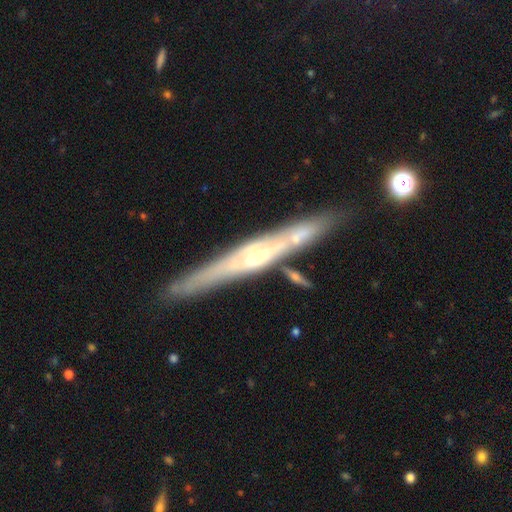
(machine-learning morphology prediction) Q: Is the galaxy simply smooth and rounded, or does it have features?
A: featured or disk — 78%.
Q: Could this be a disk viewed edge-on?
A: yes — 95%.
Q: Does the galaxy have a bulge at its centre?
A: rounded — 60%.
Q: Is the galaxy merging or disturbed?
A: none — 83%.